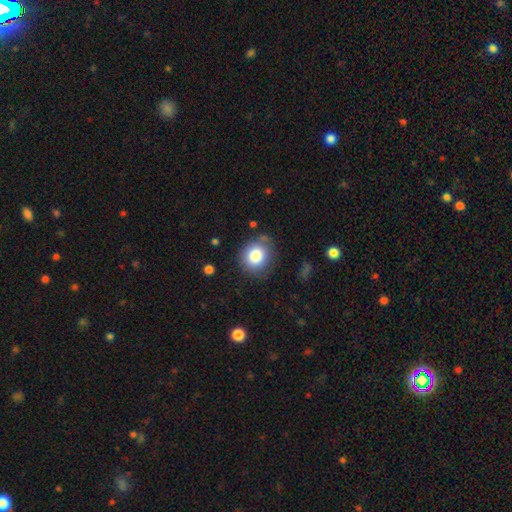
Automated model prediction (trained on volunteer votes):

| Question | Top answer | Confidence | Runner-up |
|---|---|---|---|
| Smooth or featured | smooth | 81% | star or artifact (10%) |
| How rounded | round | 84% | in between (15%) |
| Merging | none | 79% | minor disturbance (14%) |